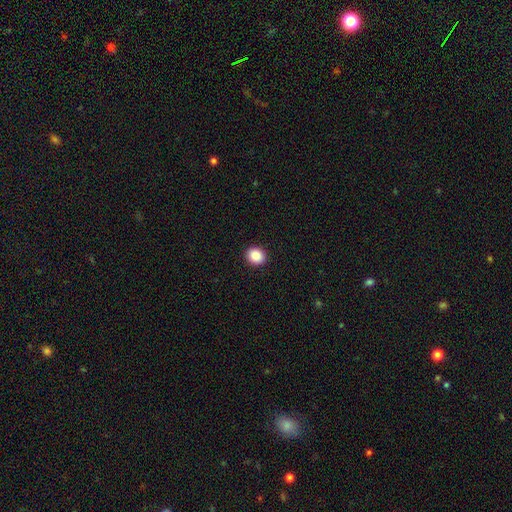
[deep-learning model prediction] A smooth galaxy with no disk features (88%) that is round (71%).

Vote fractions:
- Smooth or featured? smooth: 88% / star or artifact: 9% / featured or disk: 3%
- How rounded? round: 71% / in between: 28% / cigar-shaped: 1%
- Merging? none: 92% / minor disturbance: 5% / major disturbance: 2% / merger: 1%